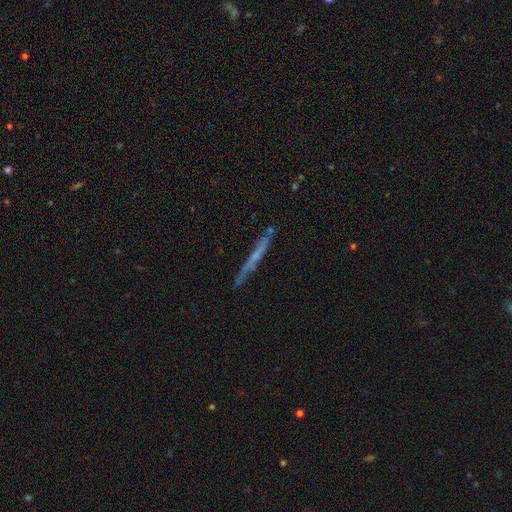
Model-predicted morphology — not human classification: The model was most divided on "smooth or featured": featured or disk: 53%, smooth: 38%, star or artifact: 8%. More confident: edge-on disk — yes (92%); merging — none (81%).